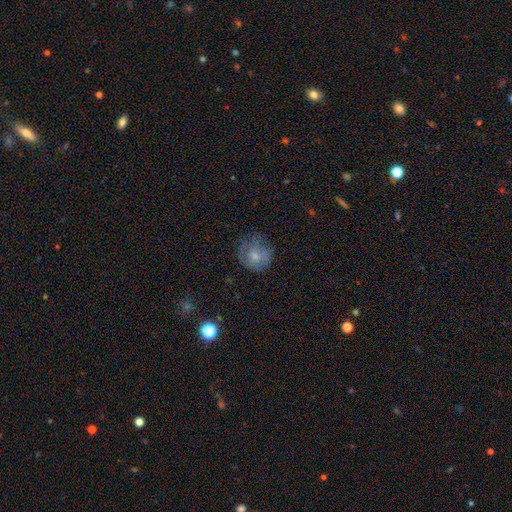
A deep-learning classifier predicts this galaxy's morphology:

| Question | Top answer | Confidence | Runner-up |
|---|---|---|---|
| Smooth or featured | smooth | 64% | featured or disk (27%) |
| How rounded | round | 80% | in between (20%) |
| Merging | none | 56% | minor disturbance (26%) |